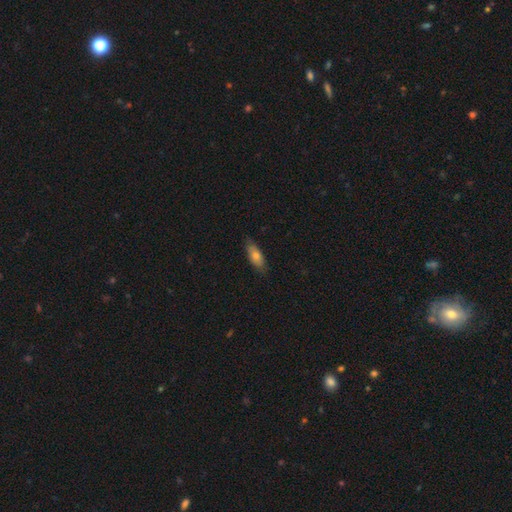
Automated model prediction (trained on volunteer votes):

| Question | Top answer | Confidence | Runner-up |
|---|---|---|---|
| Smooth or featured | smooth | 69% | featured or disk (25%) |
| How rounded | in between | 80% | cigar-shaped (16%) |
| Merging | none | 79% | minor disturbance (17%) |